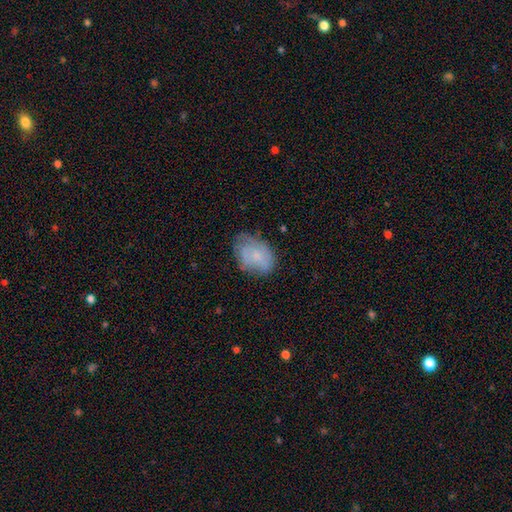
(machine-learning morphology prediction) smooth_or_featured: smooth (p=0.58) [alt: featured or disk p=0.33]
how_rounded: in between (p=0.79) [alt: round p=0.19]
merging: none (p=0.55) [alt: minor disturbance p=0.32]